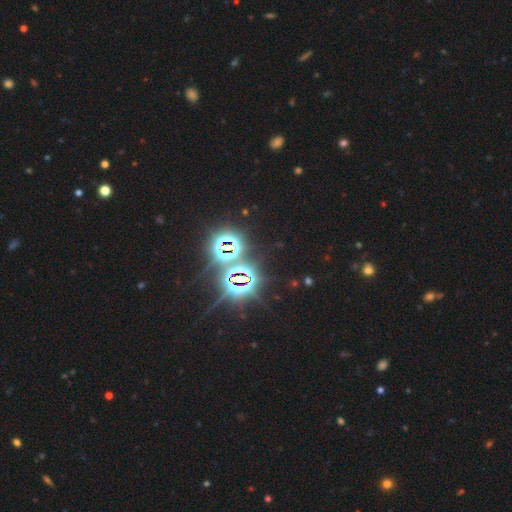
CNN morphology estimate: smooth_or_featured: star or artifact (p=0.84) [alt: smooth p=0.09]